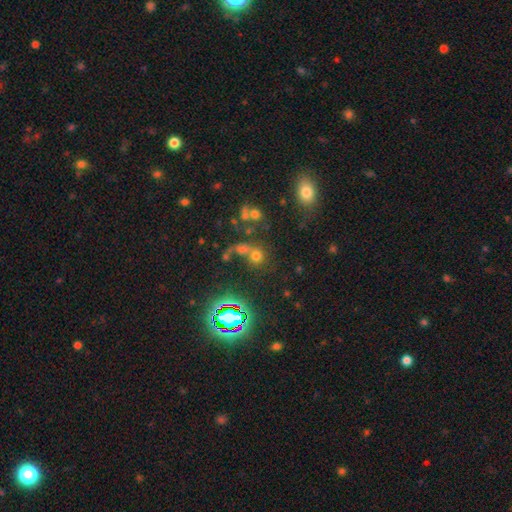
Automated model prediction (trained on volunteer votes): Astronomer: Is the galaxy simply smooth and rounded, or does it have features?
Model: smooth — 57% (runner-up: star or artifact, 32%).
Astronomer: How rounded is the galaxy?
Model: round — 81%.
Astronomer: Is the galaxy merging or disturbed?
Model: none — 46% (runner-up: merger, 37%).